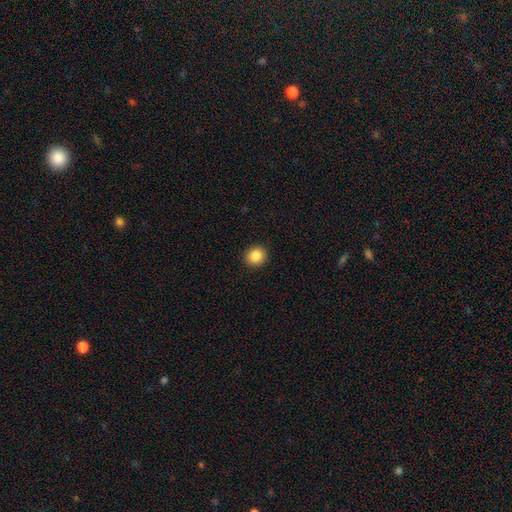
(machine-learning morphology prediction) smooth-or-featured: smooth: 87% | star or artifact: 10% | featured or disk: 4%
  how-rounded: round: 85% | in between: 14% | cigar-shaped: 1%
  merging: none: 92% | minor disturbance: 5% | major disturbance: 2% | merger: 1%